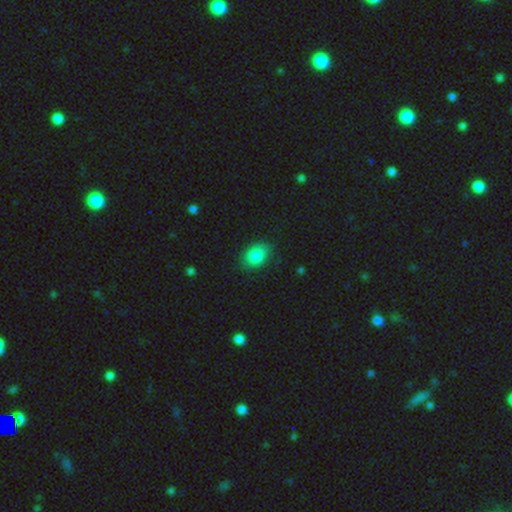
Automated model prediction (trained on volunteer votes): This is clearly a smooth galaxy (85%). How rounded: likely in between (70%). Merging: clearly none (81%).